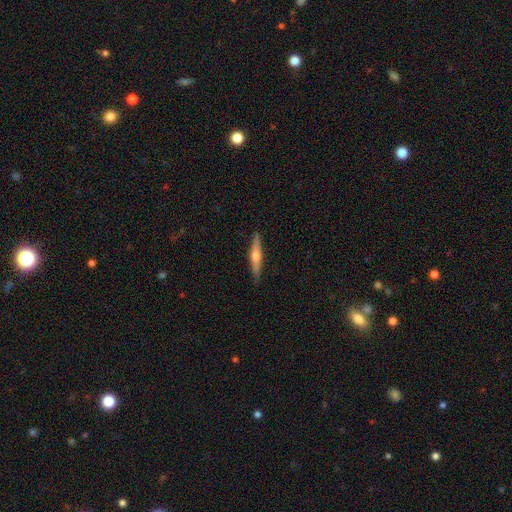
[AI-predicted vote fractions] featured or disk 64%, smooth 30%, star or artifact 6%. Down the decision tree: edge-on disk — yes (97%); edge-on bulge — rounded (90%); merging — none (90%).